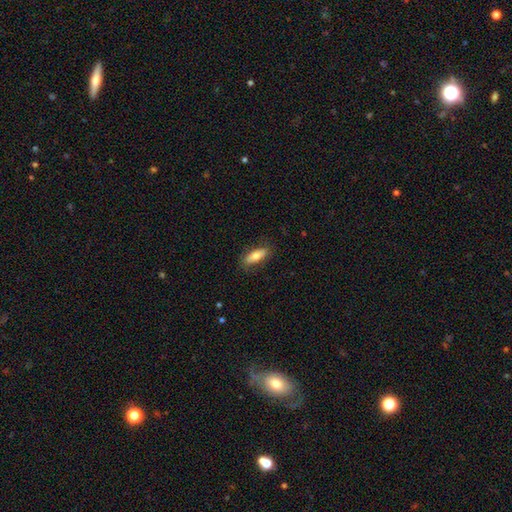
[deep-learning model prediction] smooth_or_featured: smooth (p=0.76) [alt: featured or disk p=0.18]
how_rounded: in between (p=0.65) [alt: cigar-shaped p=0.32]
merging: none (p=0.81) [alt: minor disturbance p=0.14]